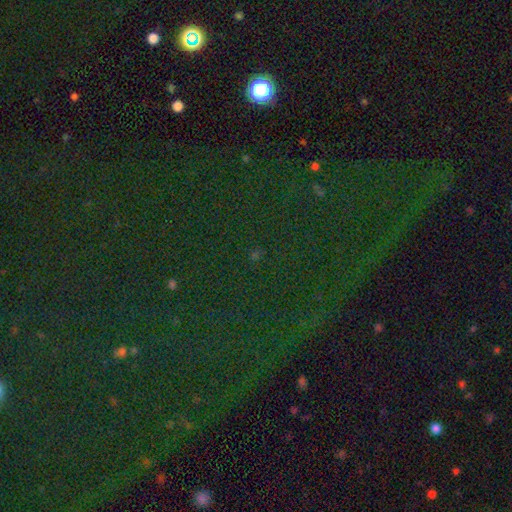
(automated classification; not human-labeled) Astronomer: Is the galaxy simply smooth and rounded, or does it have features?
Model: star or artifact — 79%.